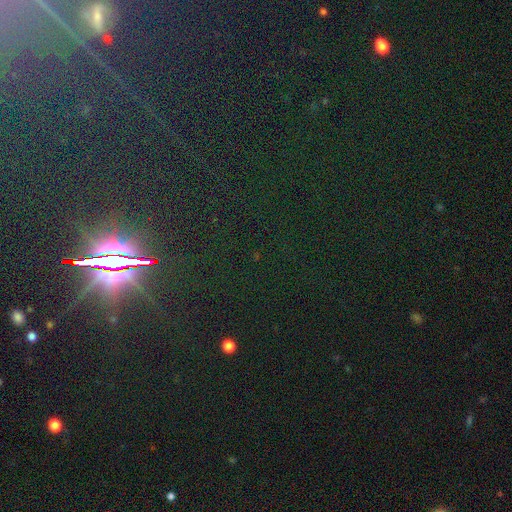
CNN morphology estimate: The model was most divided on "smooth or featured": star or artifact: 85%, smooth: 8%, featured or disk: 7%.